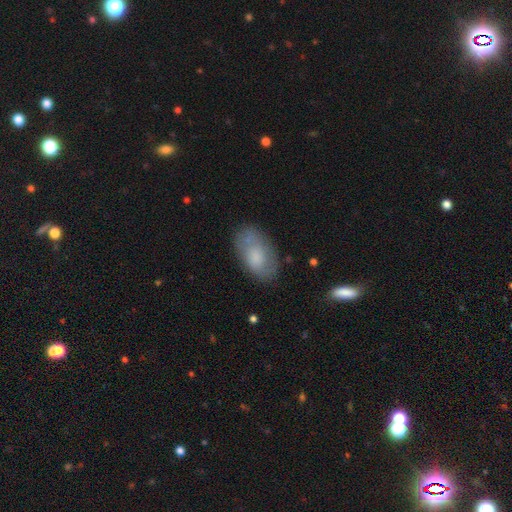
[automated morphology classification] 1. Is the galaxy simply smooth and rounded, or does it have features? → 68% smooth, 25% featured or disk, 7% star or artifact.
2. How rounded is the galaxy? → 94% in between, 4% round, 2% cigar-shaped.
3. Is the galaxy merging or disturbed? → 71% none, 20% minor disturbance, 6% major disturbance, 3% merger.